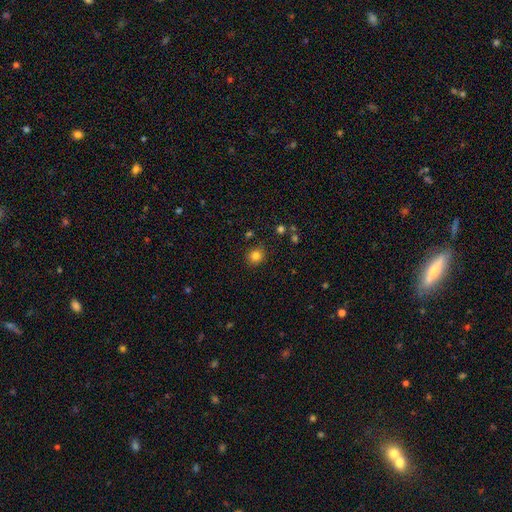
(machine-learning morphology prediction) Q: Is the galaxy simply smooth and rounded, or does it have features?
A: smooth — 83%.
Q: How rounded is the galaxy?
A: round — 85%.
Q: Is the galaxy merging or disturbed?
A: none — 86%.